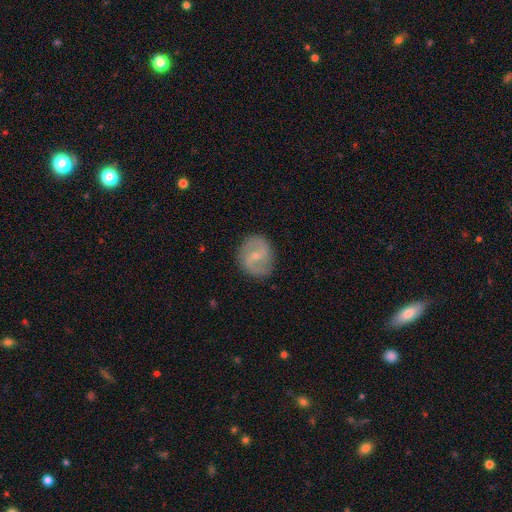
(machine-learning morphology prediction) type=featured or disk (76%); edge-on=no (98%); bar=weak (54%); spiral arms=yes (92%); winding=medium (50%); arm count=2 (90%); bulge=small (64%); merging=none (84%).